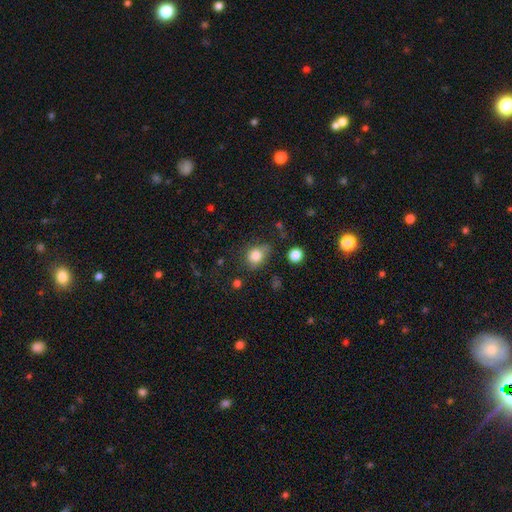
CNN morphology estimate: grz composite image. It shows a smooth galaxy with no disk features (81%) that is round (61%). Merging: none (57%).